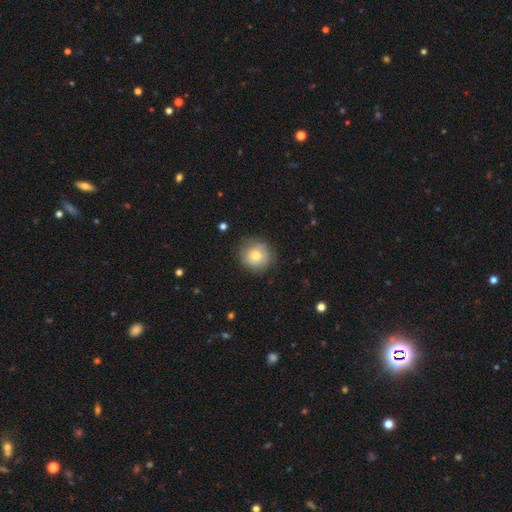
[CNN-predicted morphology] Smooth or featured? Predicted: smooth (p=0.74). How rounded? Predicted: round (p=0.91). Merging? Predicted: none (p=0.82).